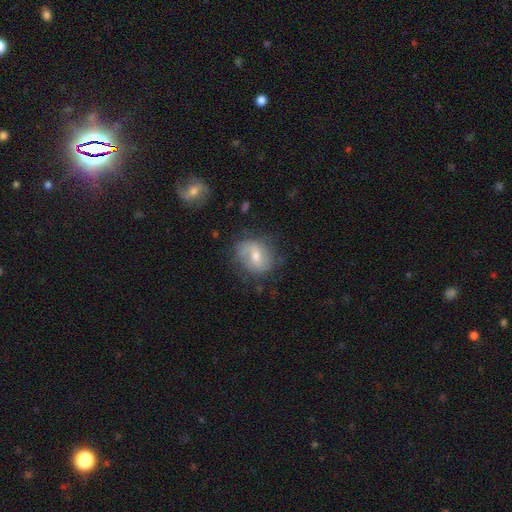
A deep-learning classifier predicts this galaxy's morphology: Smooth or featured? Predicted: featured or disk (p=0.57). Edge-on disk? Predicted: no (p=0.95). Bar? Predicted: weak (p=0.51). Spiral arms? Predicted: yes (p=0.76). Bulge size? Predicted: moderate (p=0.60). Merging? Predicted: none (p=0.66).